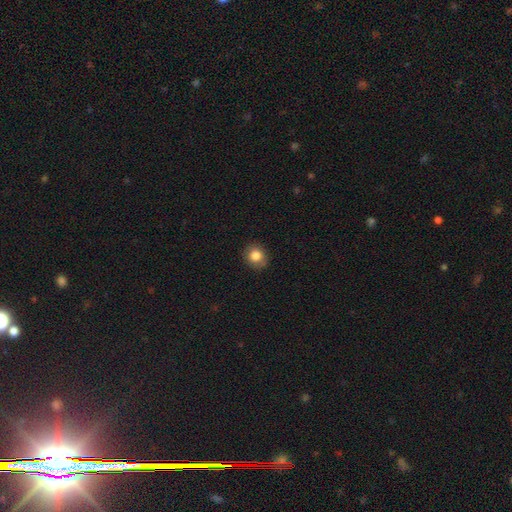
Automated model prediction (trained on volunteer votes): This appears to be a smooth galaxy with no disk features (83%) that is round (79%). Merging: none (83%).